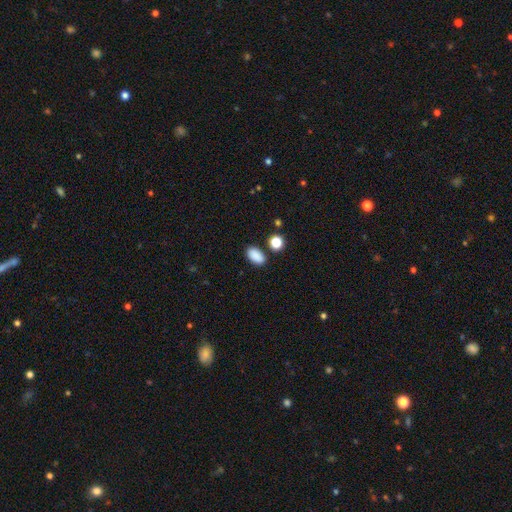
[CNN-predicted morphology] This appears to be a smooth galaxy with no disk features (87%) that is in between round and cigar-shaped (90%). Merging: none (81%).